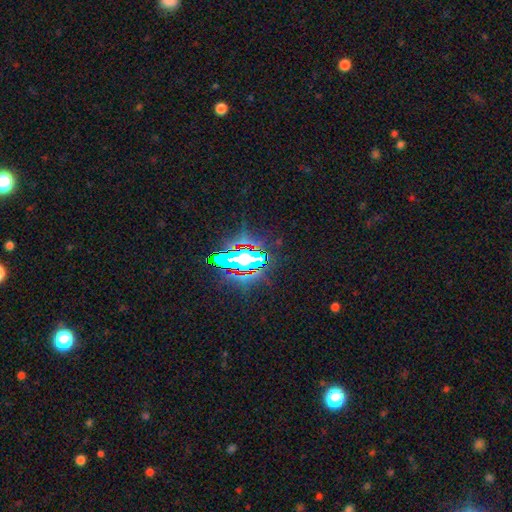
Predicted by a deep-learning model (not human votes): This appears to be a star or artifact, not a galaxy (83%).